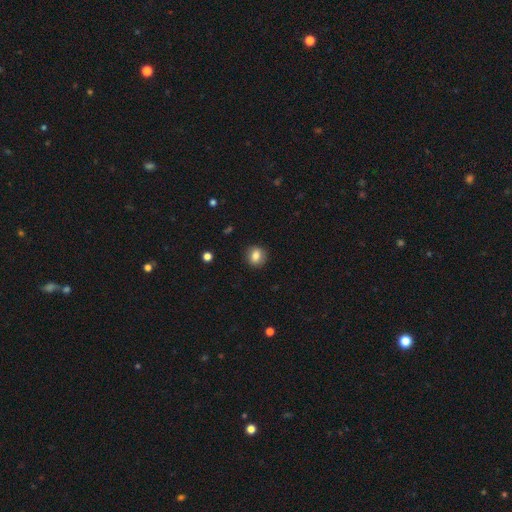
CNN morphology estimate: The model was most divided on "how rounded": round: 74%, in between: 25%, cigar-shaped: 1%. More confident: merging — none (87%); smooth or featured — smooth (81%).